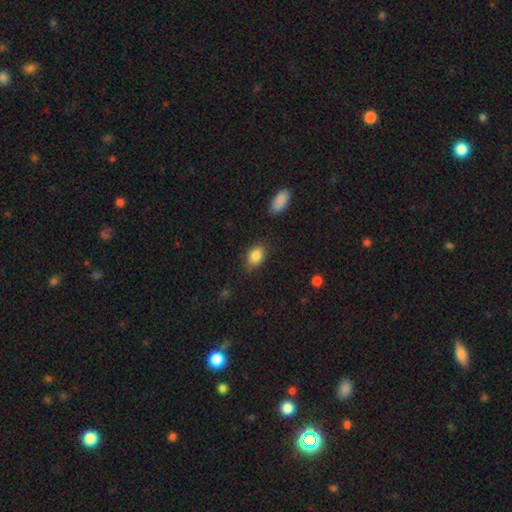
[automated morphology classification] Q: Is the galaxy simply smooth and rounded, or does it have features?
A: smooth — 86%.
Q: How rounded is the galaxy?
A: in between — 80%.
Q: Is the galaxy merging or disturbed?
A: none — 79%.